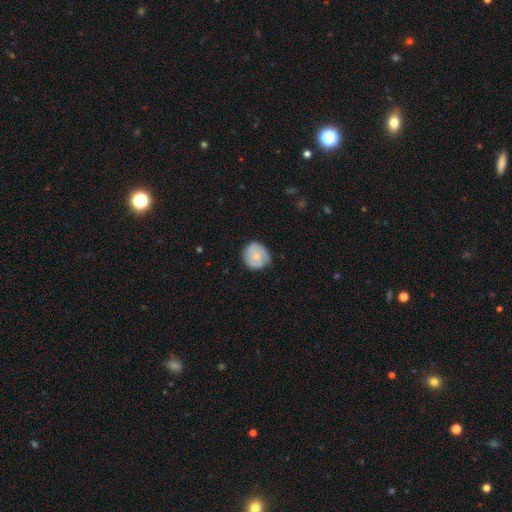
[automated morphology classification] Smooth or featured? Predicted: smooth (p=0.59). How rounded? Predicted: round (p=0.86). Merging? Predicted: none (p=0.70).